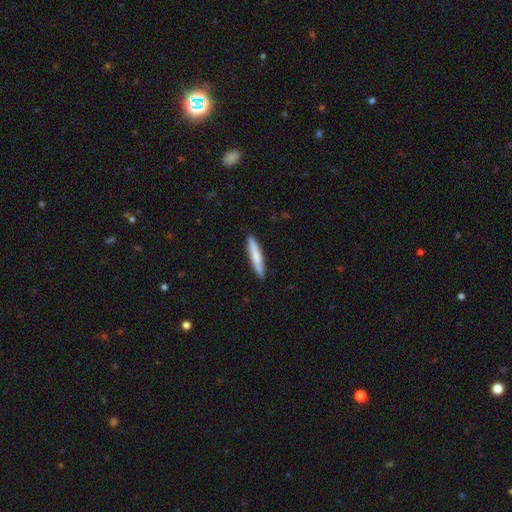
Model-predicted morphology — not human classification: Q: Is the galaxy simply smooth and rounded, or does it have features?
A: smooth — 72%.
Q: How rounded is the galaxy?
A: cigar-shaped — 93%.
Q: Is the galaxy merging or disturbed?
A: none — 91%.